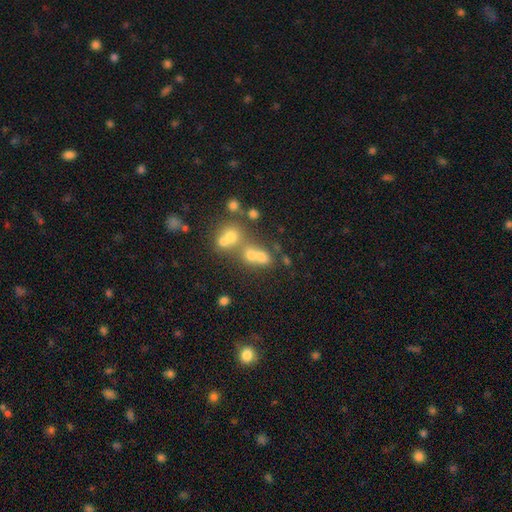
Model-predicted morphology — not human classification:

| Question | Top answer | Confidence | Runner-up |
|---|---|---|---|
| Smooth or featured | smooth | 60% | featured or disk (21%) |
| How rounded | round | 50% | in between (47%) |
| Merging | merger | 52% | none (33%) |